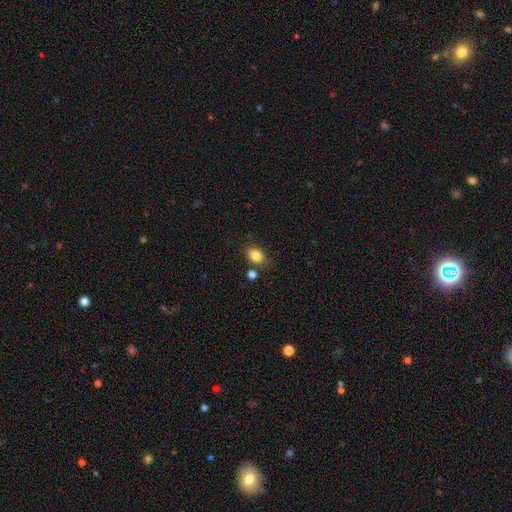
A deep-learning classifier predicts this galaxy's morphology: Smooth or featured?
  - smooth: 84% *
  - star or artifact: 10%
  - featured or disk: 6%
How rounded?
  - in between: 67% *
  - round: 32%
  - cigar-shaped: 1%
Merging?
  - none: 77% *
  - minor disturbance: 12%
  - merger: 8%
  - major disturbance: 3%